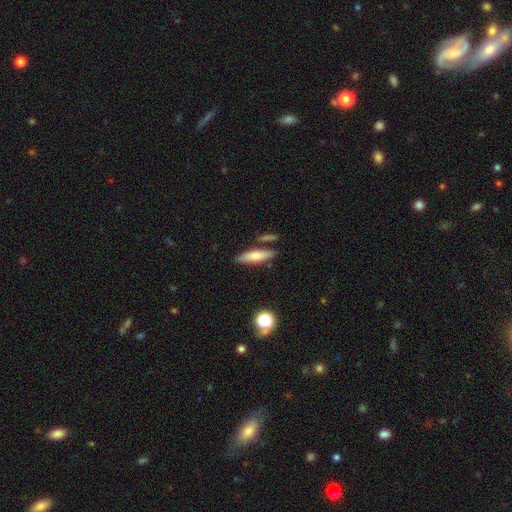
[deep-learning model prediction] Smooth or featured? smooth (67%)
How rounded? cigar-shaped (67%)
Merging? none (77%)